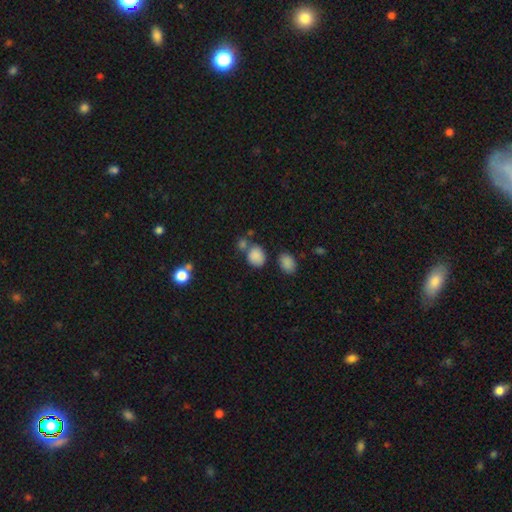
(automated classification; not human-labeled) smooth 84%, star or artifact 11%, featured or disk 5%. Down the decision tree: how rounded — round (59%); merging — none (59%).